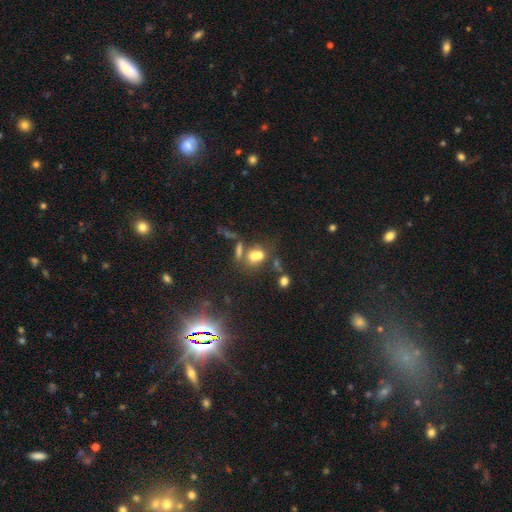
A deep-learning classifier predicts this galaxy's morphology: A smooth galaxy with no disk features (62%) that is in between round and cigar-shaped (53%). Merging: merger (44%).